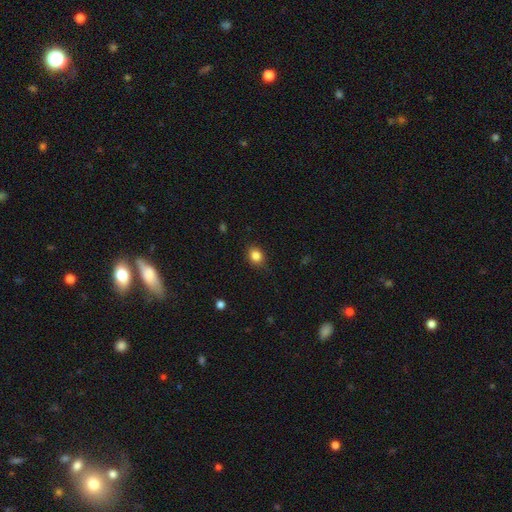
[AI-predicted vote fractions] This is clearly a smooth galaxy (84%). How rounded: possibly round (58%). Merging: clearly none (83%).